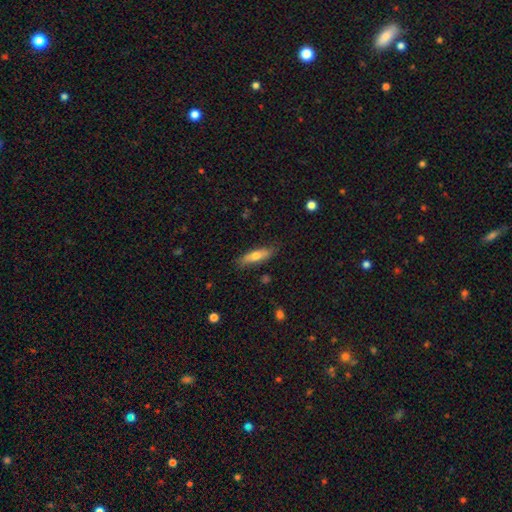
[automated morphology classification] Overall: smooth (64%; featured or disk 30%). How rounded: cigar-shaped (60%; in between 37%). Merging: none (82%).